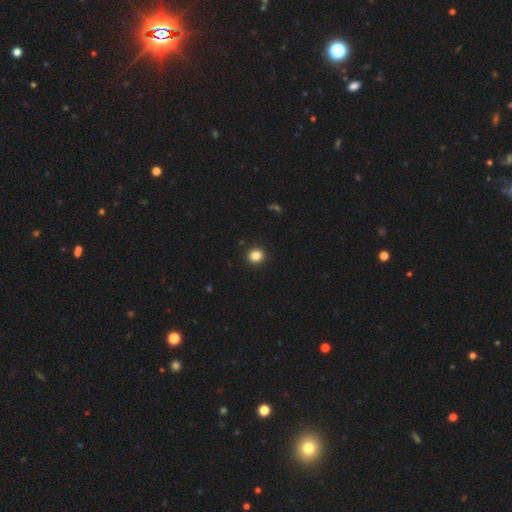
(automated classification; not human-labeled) Q: Smooth or featured?
A: smooth (86%); runner-up: star or artifact (11%)
Q: How rounded?
A: round (82%); runner-up: in between (17%)
Q: Merging?
A: none (92%); runner-up: minor disturbance (5%)